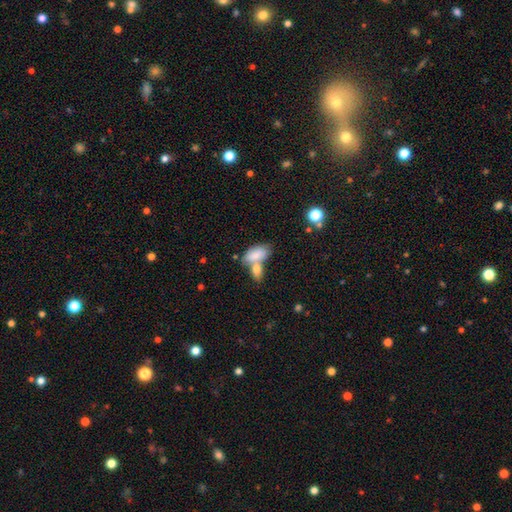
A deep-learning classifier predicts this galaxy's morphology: Q: Smooth or featured?
A: smooth (79%); runner-up: featured or disk (14%)
Q: How rounded?
A: in between (91%); runner-up: cigar-shaped (5%)
Q: Merging?
A: merger (57%); runner-up: none (30%)